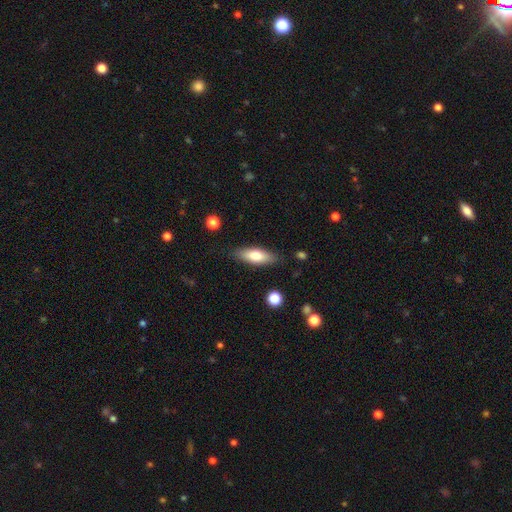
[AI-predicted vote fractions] A smooth galaxy with no disk features (72%) that is in between round and cigar-shaped (62%).

Vote fractions:
- Smooth or featured? smooth: 72% / featured or disk: 22% / star or artifact: 6%
- How rounded? in between: 62% / cigar-shaped: 36% / round: 2%
- Merging? none: 84% / minor disturbance: 12% / major disturbance: 3% / merger: 2%